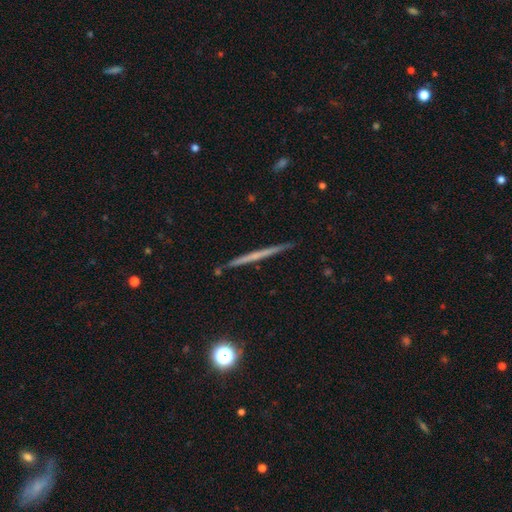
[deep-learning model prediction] Smooth or featured?
  - featured or disk: 58% *
  - smooth: 35%
  - star or artifact: 7%
Edge-on disk?
  - yes: 98% *
  - no: 2%
Edge-on bulge?
  - none: 88% *
  - rounded: 8%
  - boxy: 3%
Merging?
  - none: 91% *
  - minor disturbance: 6%
  - merger: 1%
  - major disturbance: 1%